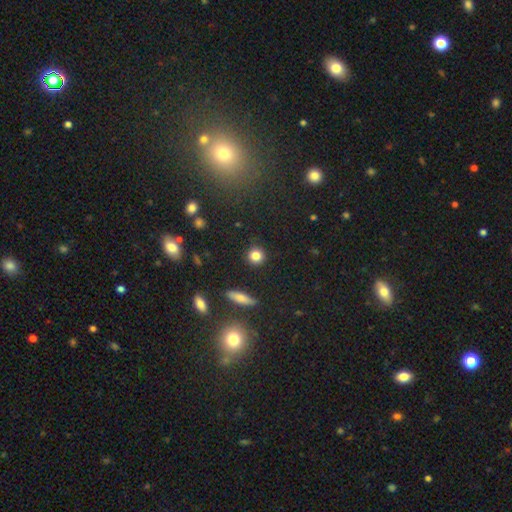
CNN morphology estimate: smooth-or-featured: smooth: 83% | star or artifact: 11% | featured or disk: 6%
  how-rounded: round: 91% | in between: 7% | cigar-shaped: 2%
  merging: none: 90% | minor disturbance: 6% | major disturbance: 2% | merger: 2%